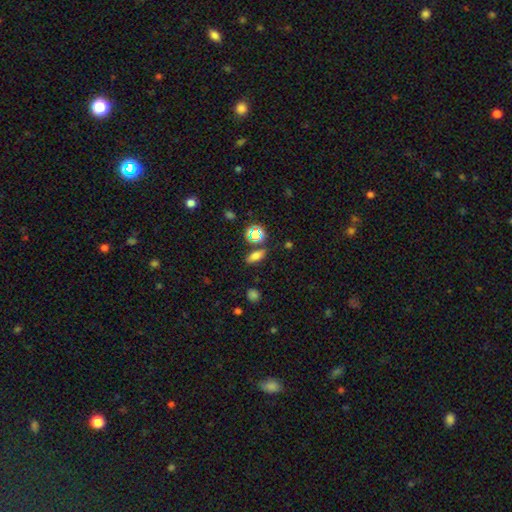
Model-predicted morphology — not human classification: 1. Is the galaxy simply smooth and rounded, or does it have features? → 68% smooth, 20% star or artifact, 13% featured or disk.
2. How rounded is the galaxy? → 73% in between, 17% cigar-shaped, 10% round.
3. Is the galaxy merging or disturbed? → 81% none, 10% minor disturbance, 5% merger, 3% major disturbance.